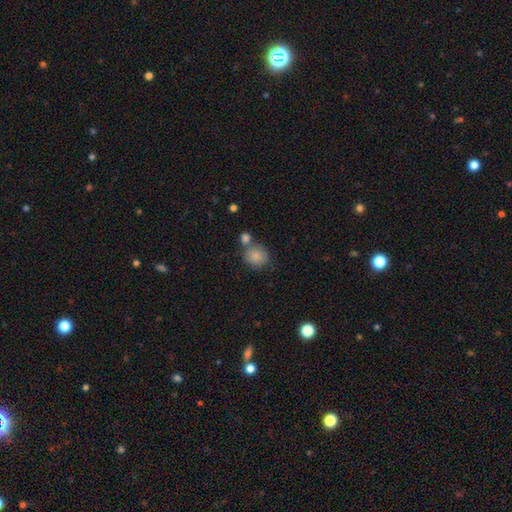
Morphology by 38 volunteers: Smooth or featured?
  - smooth: 92% *
  - featured or disk: 5%
  - star or artifact: 3%
How rounded?
  - round: 91% *
  - in between: 9%
  - cigar-shaped: 0%
Merging?
  - none: 65% *
  - merger: 27%
  - minor disturbance: 5%
  - major disturbance: 3%